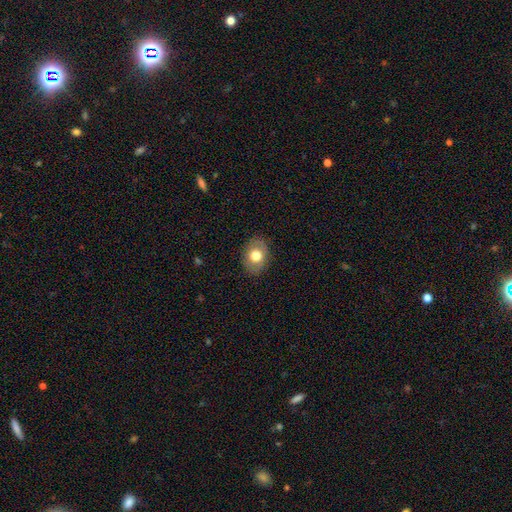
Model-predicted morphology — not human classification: A smooth galaxy with no disk features (71%) that is in between round and cigar-shaped (65%).

Vote fractions:
- Smooth or featured? smooth: 71% / featured or disk: 21% / star or artifact: 8%
- How rounded? in between: 65% / round: 34% / cigar-shaped: 1%
- Merging? none: 85% / minor disturbance: 11% / major disturbance: 3% / merger: 1%